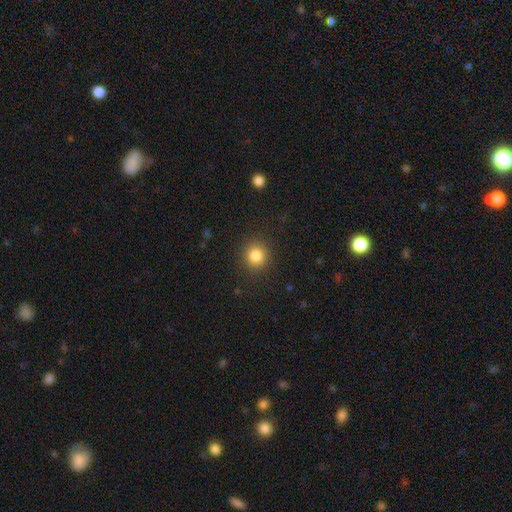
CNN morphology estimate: type=smooth (84%); roundness=round (89%); merging=none (89%).